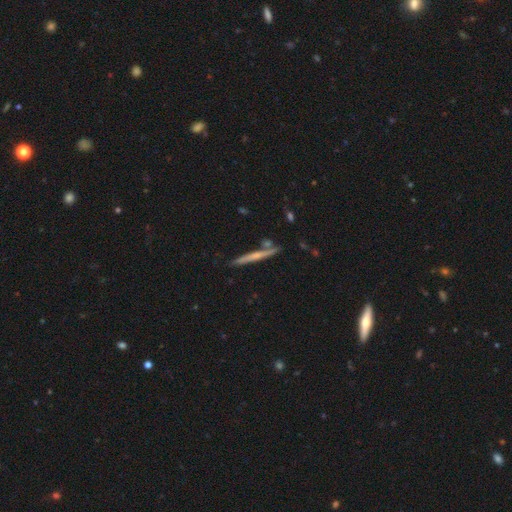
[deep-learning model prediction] smooth-or-featured: featured or disk: 52% | smooth: 41% | star or artifact: 6%
  disk-edge-on: yes: 97% | no: 3%
    edge-on-bulge: none: 61% | rounded: 32% | boxy: 7%
  merging: none: 82% | minor disturbance: 10% | merger: 6% | major disturbance: 2%